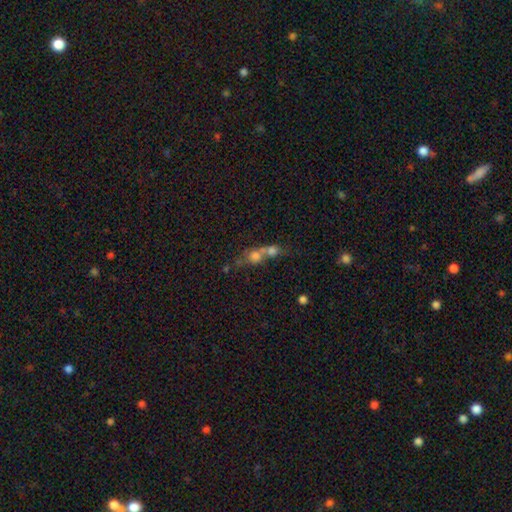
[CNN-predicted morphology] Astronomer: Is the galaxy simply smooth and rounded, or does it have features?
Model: smooth — 64%.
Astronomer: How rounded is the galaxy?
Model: round — 70%.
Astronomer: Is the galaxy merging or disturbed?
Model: merger — 69%.